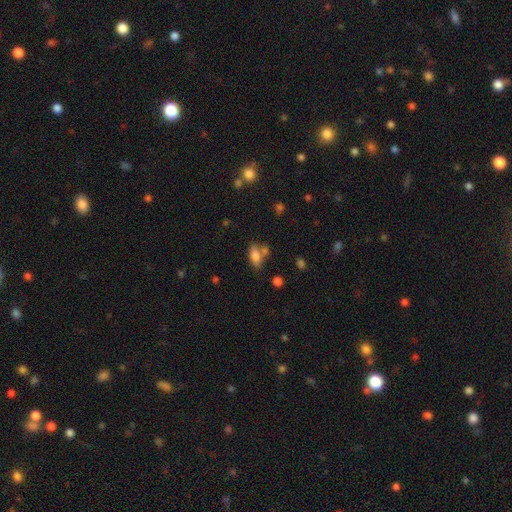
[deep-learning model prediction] The model was most divided on "merging": none: 57%, merger: 23%, minor disturbance: 15%, major disturbance: 5%. More confident: how rounded — in between (85%); smooth or featured — smooth (77%).